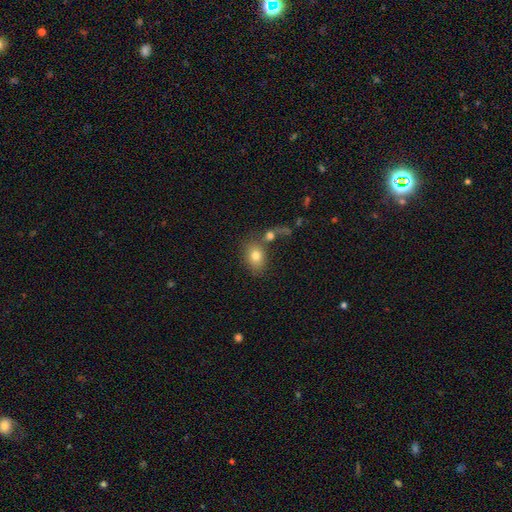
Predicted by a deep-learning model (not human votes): Smooth or featured? Predicted: smooth (p=0.78). How rounded? Predicted: in between (p=0.61). Merging? Predicted: none (p=0.53).